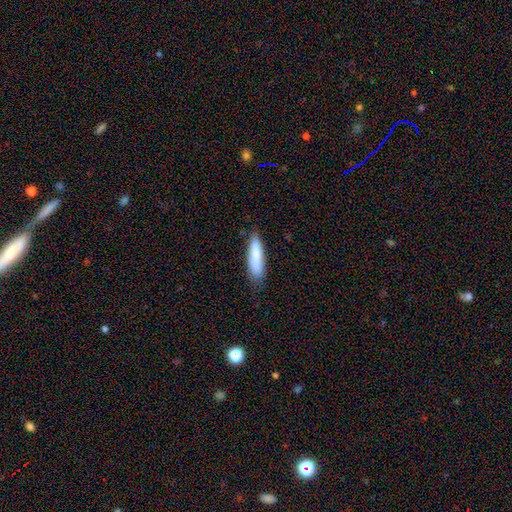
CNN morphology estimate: Smooth or featured?
  - smooth: 81% *
  - featured or disk: 13%
  - star or artifact: 6%
How rounded?
  - cigar-shaped: 68% *
  - in between: 31%
  - round: 1%
Merging?
  - none: 76% *
  - minor disturbance: 19%
  - major disturbance: 4%
  - merger: 1%